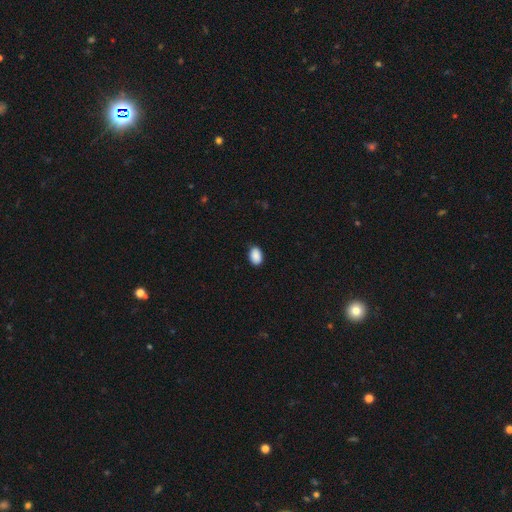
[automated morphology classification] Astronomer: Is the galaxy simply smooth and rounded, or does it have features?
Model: smooth — 90%.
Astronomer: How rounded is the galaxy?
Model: in between — 88%.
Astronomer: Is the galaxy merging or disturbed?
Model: none — 84%.